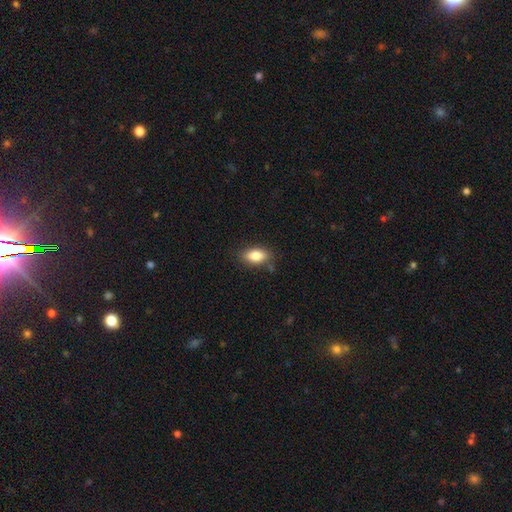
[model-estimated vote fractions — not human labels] This is clearly a smooth galaxy (84%). How rounded: clearly in between (89%). Merging: clearly none (82%).